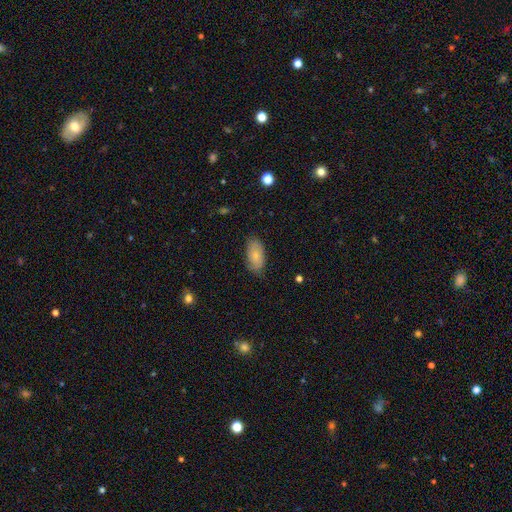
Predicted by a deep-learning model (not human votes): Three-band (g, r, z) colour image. It shows a smooth galaxy with no disk features (75%) that is in between round and cigar-shaped (93%). Merging: none (75%).